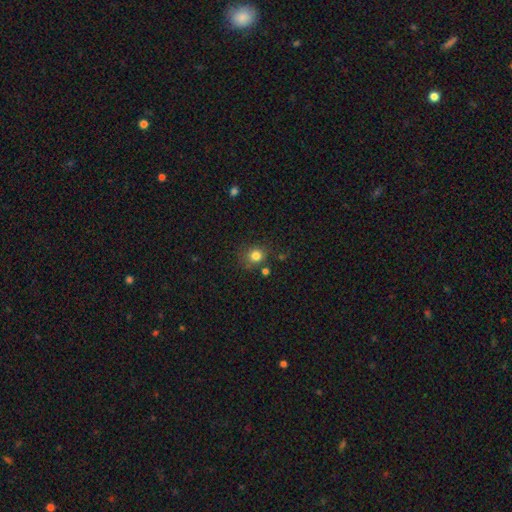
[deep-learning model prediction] smooth_or_featured: smooth (p=0.81) [alt: star or artifact p=0.13]
how_rounded: round (p=0.83) [alt: in between p=0.17]
merging: none (p=0.76) [alt: minor disturbance p=0.13]